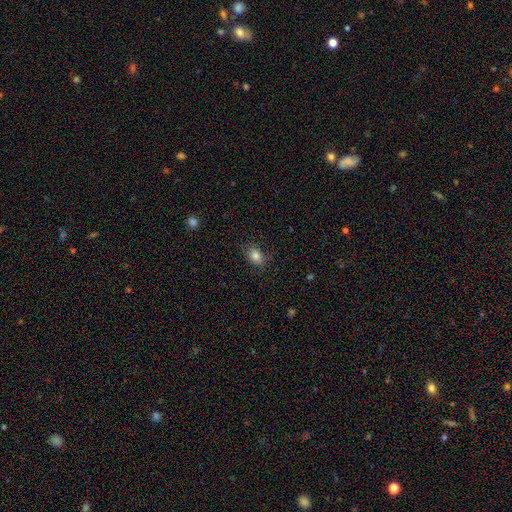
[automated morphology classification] This is clearly a smooth galaxy (83%). How rounded: likely in between (72%). Merging: likely none (80%).